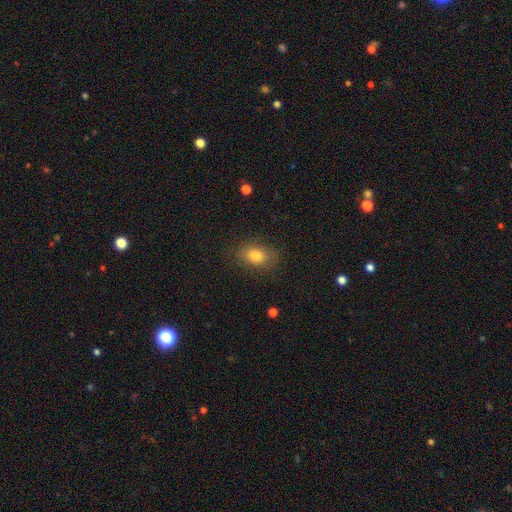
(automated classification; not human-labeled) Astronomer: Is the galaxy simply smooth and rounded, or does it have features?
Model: smooth — 81%.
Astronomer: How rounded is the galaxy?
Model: in between — 78%.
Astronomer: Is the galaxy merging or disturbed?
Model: none — 81%.